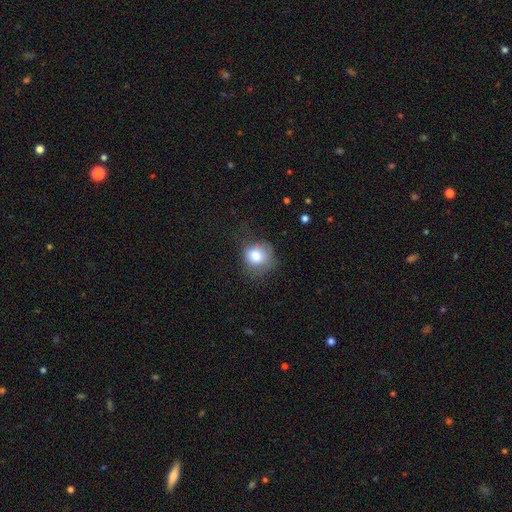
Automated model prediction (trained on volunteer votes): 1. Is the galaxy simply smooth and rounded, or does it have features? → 79% smooth, 11% featured or disk, 10% star or artifact.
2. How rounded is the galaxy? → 76% round, 23% in between, 1% cigar-shaped.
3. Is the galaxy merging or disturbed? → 54% none, 29% minor disturbance, 16% major disturbance, 2% merger.